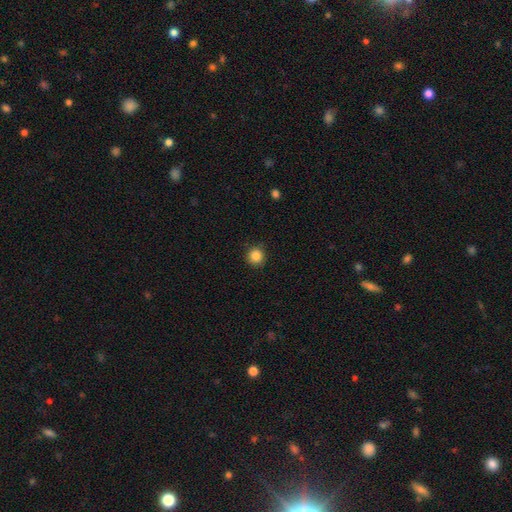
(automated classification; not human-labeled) This appears to be a smooth galaxy with no disk features (86%) that is round (93%). Merging: none (89%).